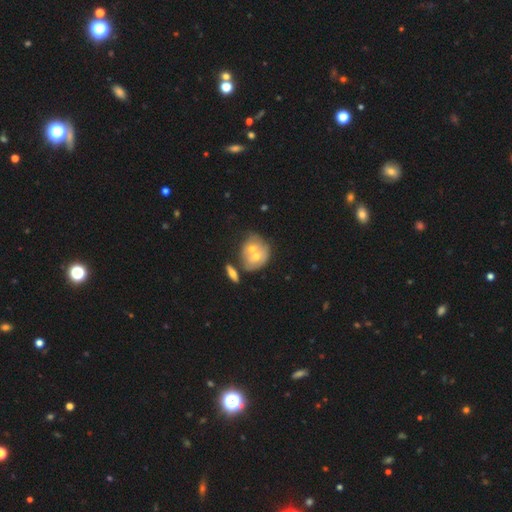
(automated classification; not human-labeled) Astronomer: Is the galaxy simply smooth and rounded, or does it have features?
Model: smooth — 46% (runner-up: featured or disk, 44%).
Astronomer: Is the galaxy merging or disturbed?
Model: merger — 49% (runner-up: none, 36%).